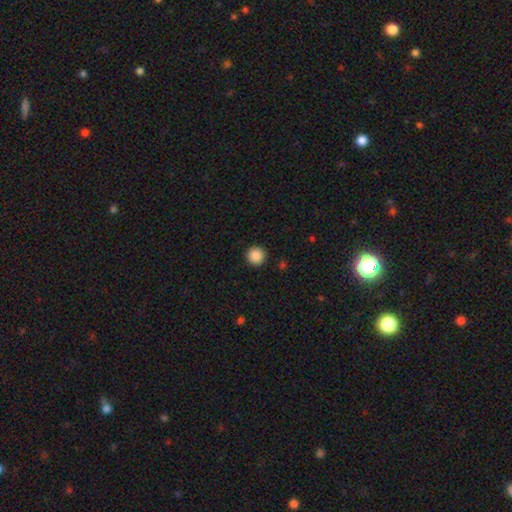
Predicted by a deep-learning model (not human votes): Q: Smooth or featured?
A: smooth (88%); runner-up: star or artifact (9%)
Q: How rounded?
A: round (96%); runner-up: in between (3%)
Q: Merging?
A: none (92%); runner-up: minor disturbance (5%)